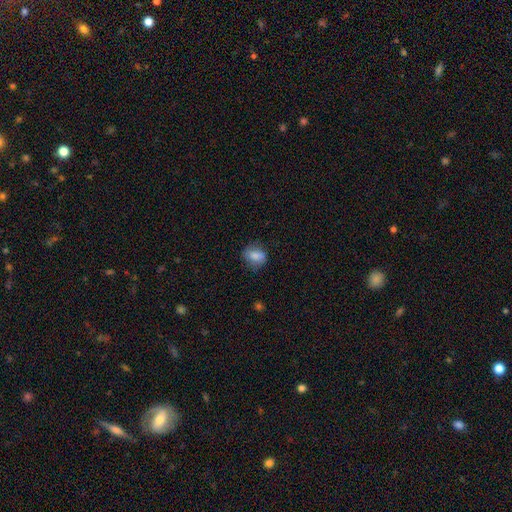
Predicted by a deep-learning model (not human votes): Morphology: type=smooth (80%); roundness=in between (54%); merging=none (70%).